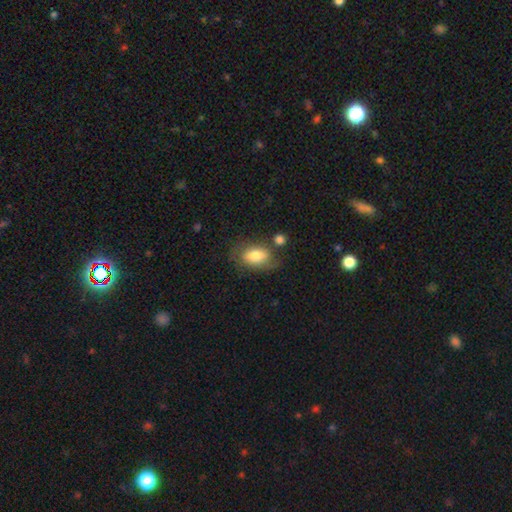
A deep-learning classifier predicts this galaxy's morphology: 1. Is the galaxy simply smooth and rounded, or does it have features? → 73% smooth, 20% featured or disk, 7% star or artifact.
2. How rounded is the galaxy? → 87% in between, 11% round, 2% cigar-shaped.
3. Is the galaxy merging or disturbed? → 57% none, 23% minor disturbance, 11% merger, 10% major disturbance.